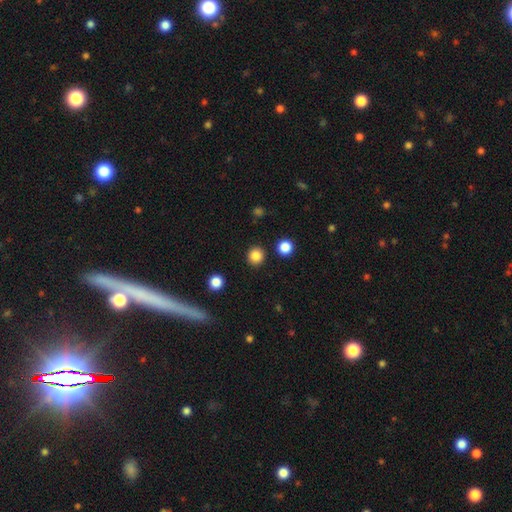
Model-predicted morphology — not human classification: Smooth or featured: smooth — 85% (star or artifact — 12%)
How rounded: round — 93% (in between — 6%)
Merging: none — 91% (minor disturbance — 5%)